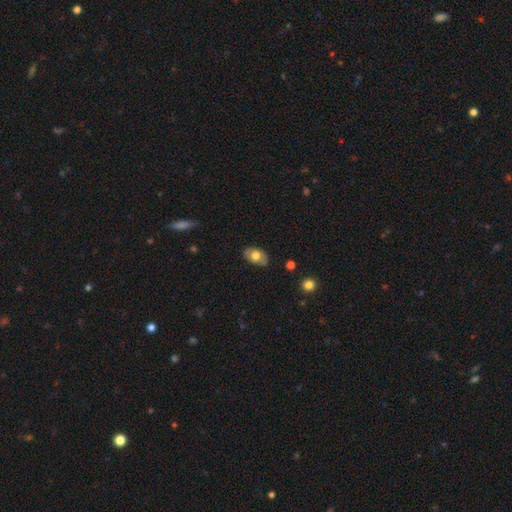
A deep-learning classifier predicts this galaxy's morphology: Overall: smooth (69%). How rounded: in between (88%). Merging: none (80%).